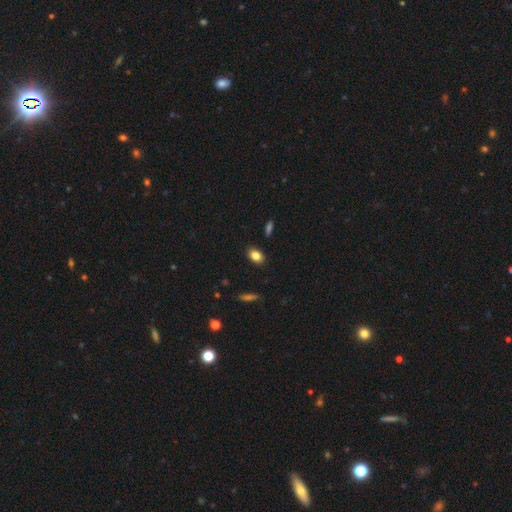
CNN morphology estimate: Q: Smooth or featured?
A: smooth (84%); runner-up: star or artifact (9%)
Q: How rounded?
A: in between (80%); runner-up: round (18%)
Q: Merging?
A: none (88%); runner-up: minor disturbance (8%)